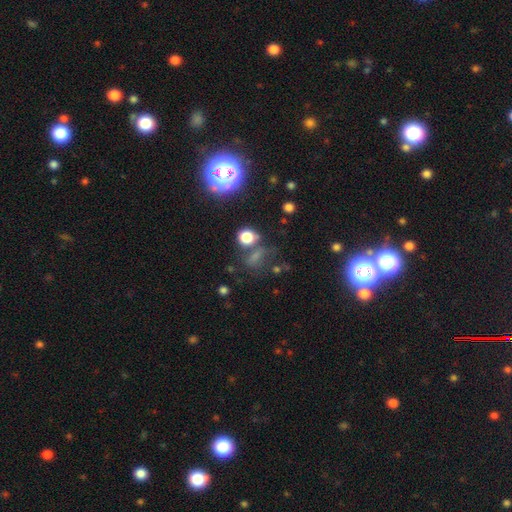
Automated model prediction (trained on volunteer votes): A smooth galaxy with no disk features (49%). Merging: none (64%).